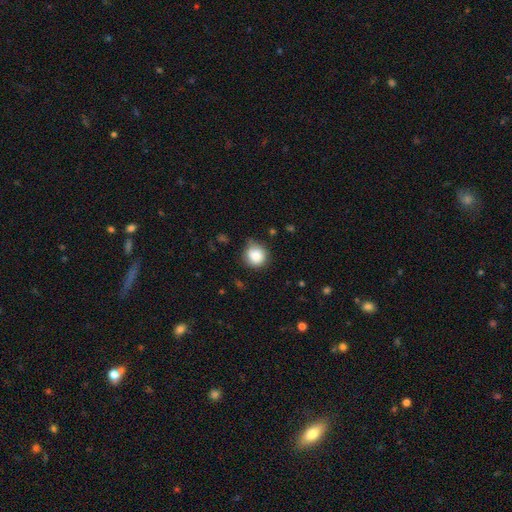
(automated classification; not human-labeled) This is clearly a smooth galaxy (84%). How rounded: clearly round (88%). Merging: likely none (67%).